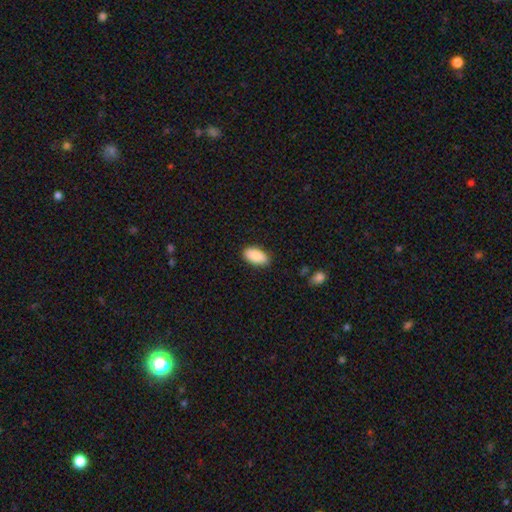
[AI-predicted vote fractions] smooth-or-featured: smooth: 89% | star or artifact: 6% | featured or disk: 5%
  how-rounded: in between: 94% | cigar-shaped: 3% | round: 3%
  merging: none: 85% | minor disturbance: 11% | major disturbance: 2% | merger: 1%